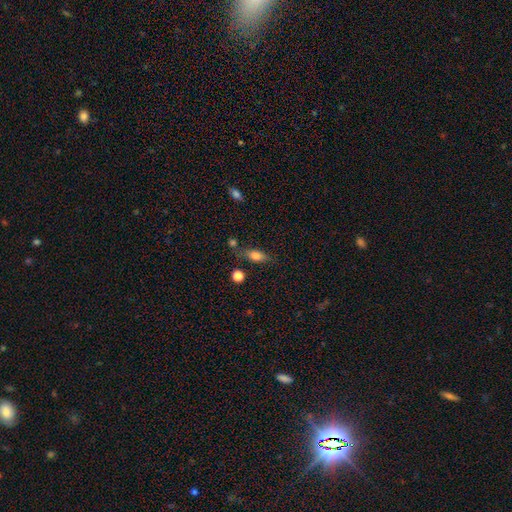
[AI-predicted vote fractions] Smooth or featured: smooth — 74% (featured or disk — 17%)
How rounded: in between — 74% (cigar-shaped — 18%)
Merging: none — 66% (minor disturbance — 18%)